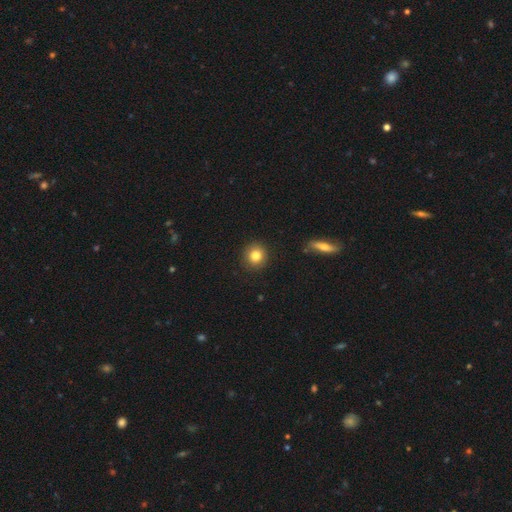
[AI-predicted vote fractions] A smooth galaxy with no disk features (82%) that is round (89%). Merging: none (89%).